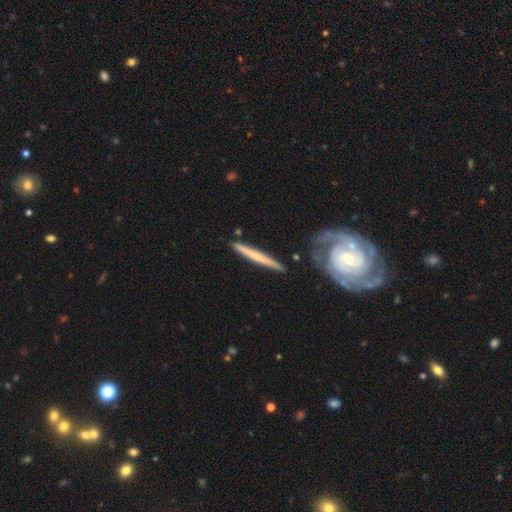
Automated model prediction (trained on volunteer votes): This is possibly a featured or disk galaxy (51%). It is clearly viewed edge-on (91%). Merging: clearly none (85%).